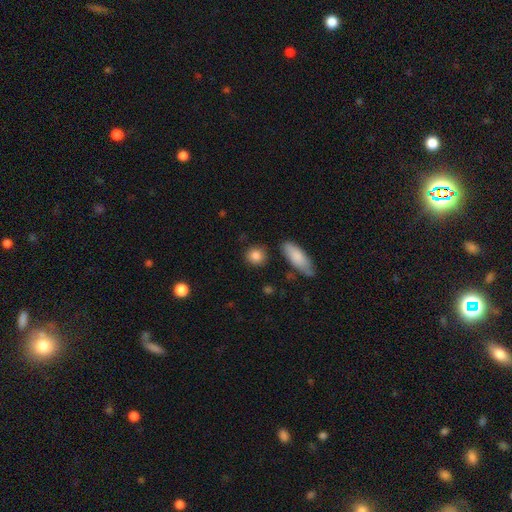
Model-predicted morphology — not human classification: Smooth or featured: smooth — 85% (star or artifact — 8%)
How rounded: round — 81% (in between — 16%)
Merging: none — 84% (minor disturbance — 10%)